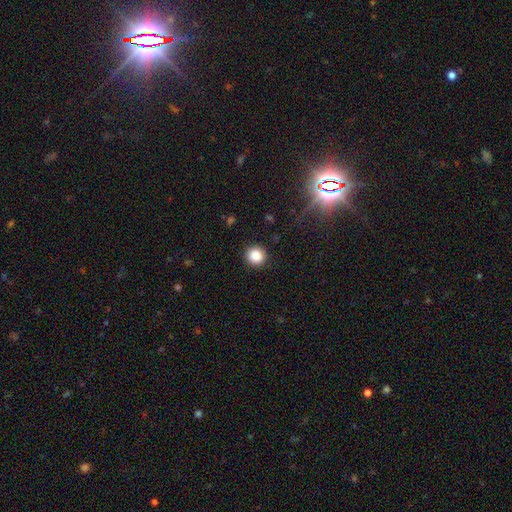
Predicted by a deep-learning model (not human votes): Q: Smooth or featured?
A: smooth (86%); runner-up: star or artifact (11%)
Q: How rounded?
A: round (93%); runner-up: in between (6%)
Q: Merging?
A: none (91%); runner-up: minor disturbance (6%)